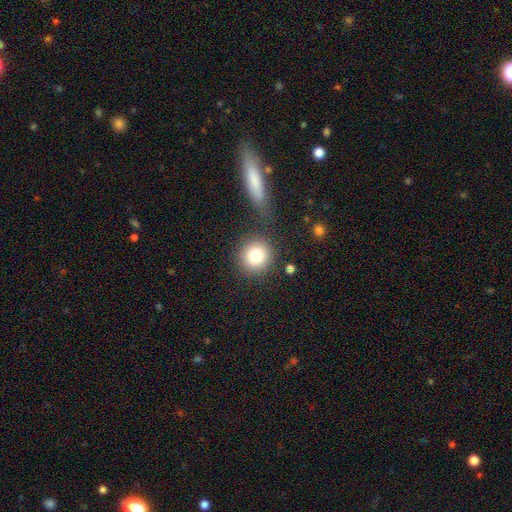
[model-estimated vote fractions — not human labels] Smooth or featured? smooth (80%)
How rounded? round (92%)
Merging? none (78%)